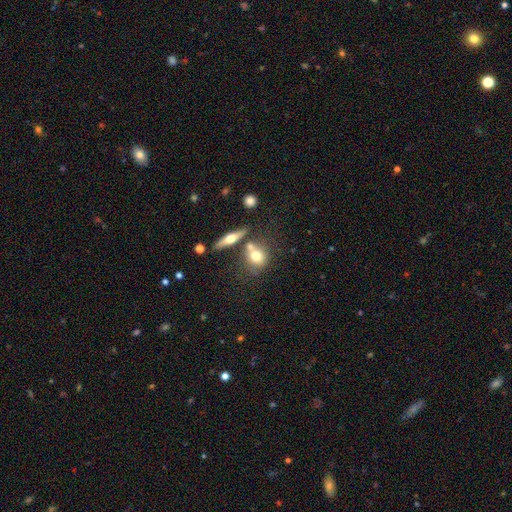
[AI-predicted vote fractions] smooth_or_featured: smooth (p=0.67) [alt: featured or disk p=0.24]
how_rounded: round (p=0.61) [alt: in between p=0.33]
merging: none (p=0.51) [alt: merger p=0.31]